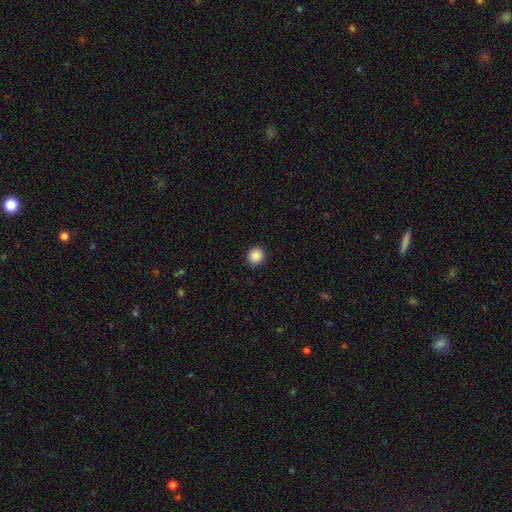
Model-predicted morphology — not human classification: Smooth or featured?
  - smooth: 88% *
  - star or artifact: 9%
  - featured or disk: 2%
How rounded?
  - round: 89% *
  - in between: 10%
  - cigar-shaped: 1%
Merging?
  - none: 91% *
  - minor disturbance: 6%
  - major disturbance: 2%
  - merger: 1%